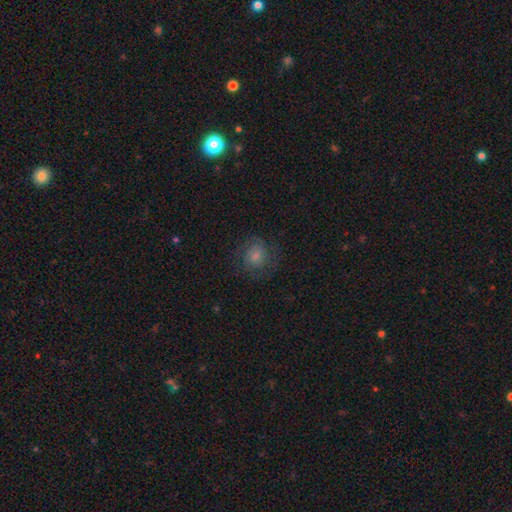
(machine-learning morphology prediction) Smooth or featured: featured or disk — 49% (smooth — 35%)
Merging: none — 75% (minor disturbance — 15%)